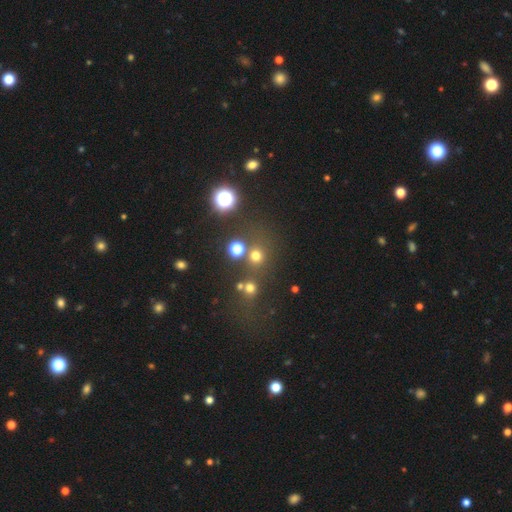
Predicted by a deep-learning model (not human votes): Smooth or featured: smooth — 67% (star or artifact — 27%)
How rounded: round — 90% (in between — 9%)
Merging: none — 70% (merger — 17%)